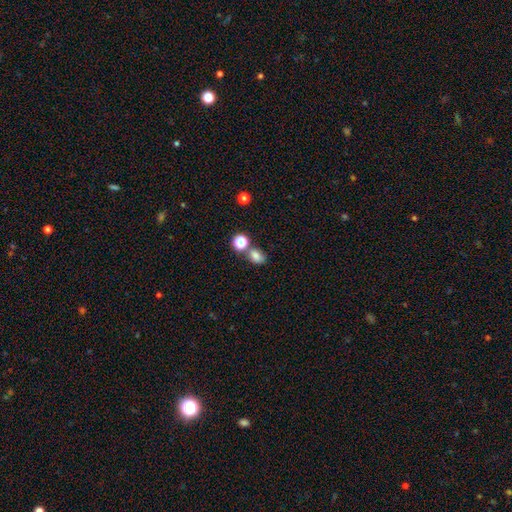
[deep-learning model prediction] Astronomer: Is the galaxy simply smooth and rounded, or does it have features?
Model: smooth — 77%.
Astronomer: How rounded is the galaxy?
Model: in between — 66%.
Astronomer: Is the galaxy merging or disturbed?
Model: none — 60%.